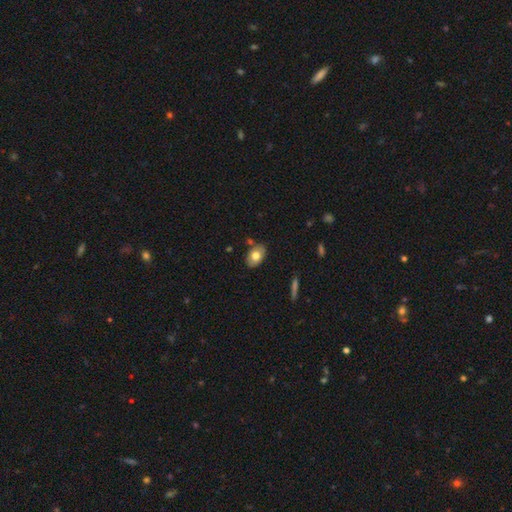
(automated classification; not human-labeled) Q: Smooth or featured?
A: smooth (71%); runner-up: featured or disk (21%)
Q: How rounded?
A: in between (87%); runner-up: round (11%)
Q: Merging?
A: none (78%); runner-up: minor disturbance (14%)